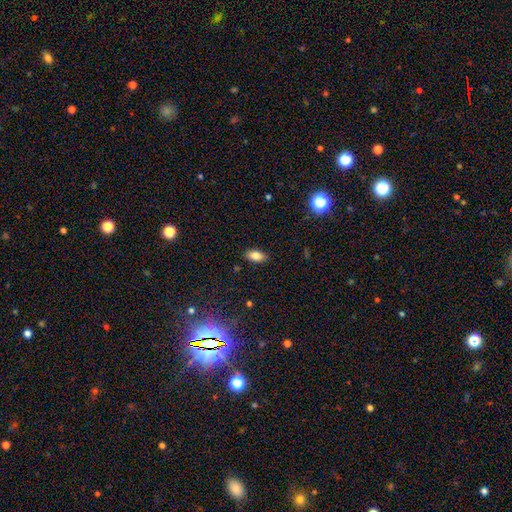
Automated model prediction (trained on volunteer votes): This appears to be a smooth galaxy with no disk features (81%) that is in between round and cigar-shaped (90%). Merging: none (87%).